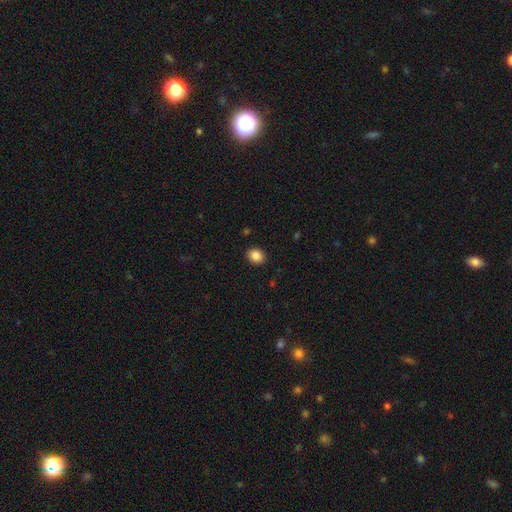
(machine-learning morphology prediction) A smooth galaxy with no disk features (87%) that is in between round and cigar-shaped (50%).

Vote fractions:
- Smooth or featured? smooth: 87% / star or artifact: 9% / featured or disk: 4%
- How rounded? in between: 50% / round: 49% / cigar-shaped: 1%
- Merging? none: 90% / minor disturbance: 7% / major disturbance: 2% / merger: 1%